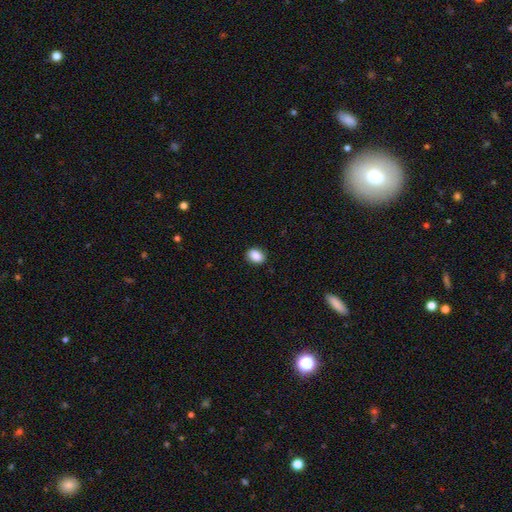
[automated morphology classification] type=smooth (88%); roundness=in between (70%); merging=none (90%).